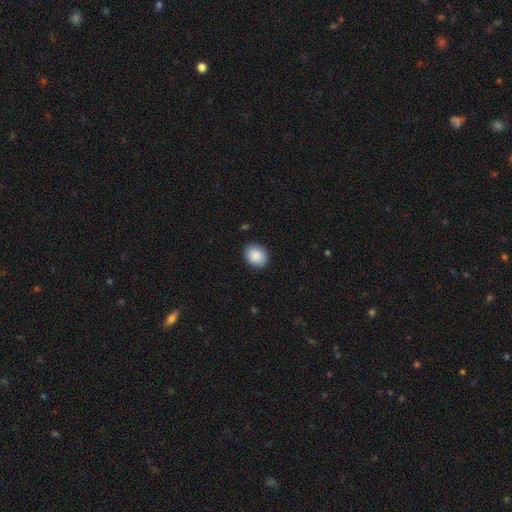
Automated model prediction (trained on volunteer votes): Smooth or featured?
  - smooth: 89% *
  - star or artifact: 7%
  - featured or disk: 3%
How rounded?
  - round: 50% *
  - in between: 49%
  - cigar-shaped: 1%
Merging?
  - none: 88% *
  - minor disturbance: 9%
  - major disturbance: 2%
  - merger: 1%